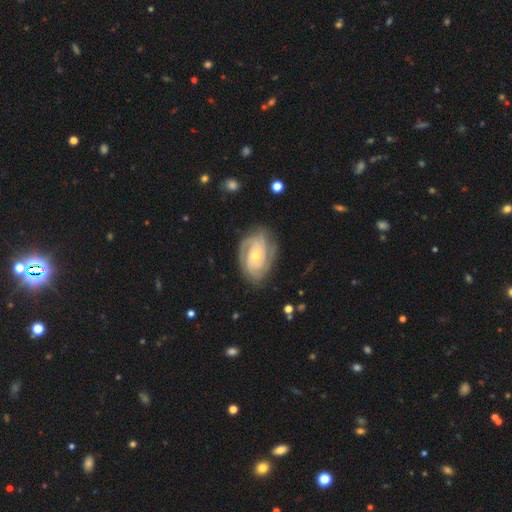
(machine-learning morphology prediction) Q: Smooth or featured?
A: featured or disk (87%); runner-up: smooth (8%)
Q: Edge-on disk?
A: no (97%); runner-up: yes (3%)
Q: Bar?
A: no (69%); runner-up: weak (25%)
Q: Spiral arms?
A: yes (97%); runner-up: no (3%)
Q: Spiral winding?
A: tight (69%); runner-up: medium (26%)
Q: Spiral arm count?
A: 2 (32%); tied with: 3 (32%)
Q: Bulge size?
A: small (51%); runner-up: moderate (43%)
Q: Merging?
A: none (76%); runner-up: minor disturbance (17%)